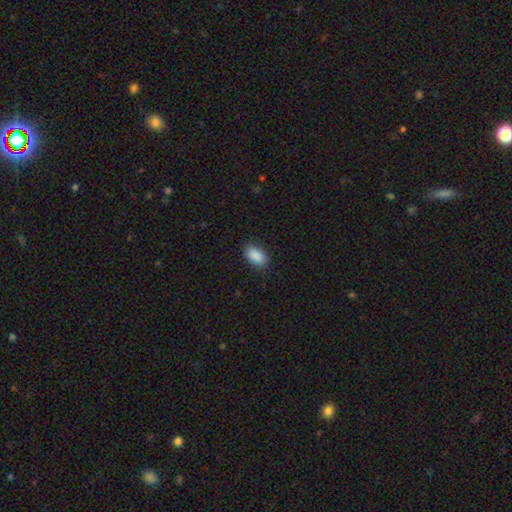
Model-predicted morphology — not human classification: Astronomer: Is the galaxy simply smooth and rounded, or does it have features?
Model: smooth — 90%.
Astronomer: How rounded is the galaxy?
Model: in between — 92%.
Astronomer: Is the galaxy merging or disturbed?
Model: none — 86%.